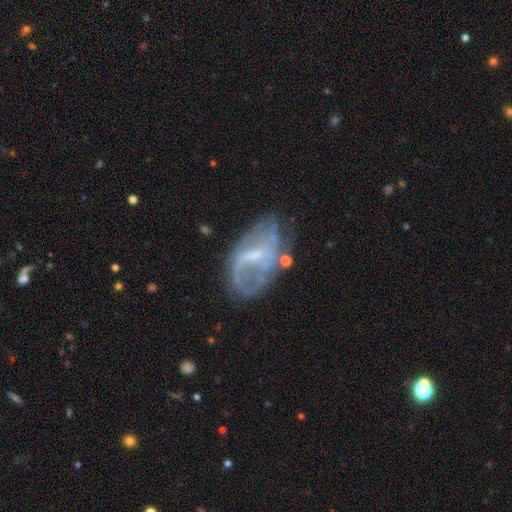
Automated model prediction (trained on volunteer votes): A featured or disk galaxy (74%) with a weak bar (53%), 2 (36%) loose (49%) spiral arms (70%) and a small central bulge (49%).

Vote fractions:
- Smooth or featured? featured or disk: 74% / smooth: 17% / star or artifact: 8%
- Edge-on disk? no: 96% / yes: 4%
- Bar? weak: 53% / no: 30% / strong: 17%
- Spiral arms? yes: 70% / no: 30%
- Spiral winding? loose: 49% / medium: 33% / tight: 18%
- Spiral arm count? 2: 36% / can't tell: 32% / 1: 23% / 3: 5% / 4: 2% / more than 4: 2%
- Bulge size? small: 49% / moderate: 26% / none: 22% / large: 2% / dominant: 1%
- Merging? none: 46% / major disturbance: 25% / minor disturbance: 24% / merger: 5%